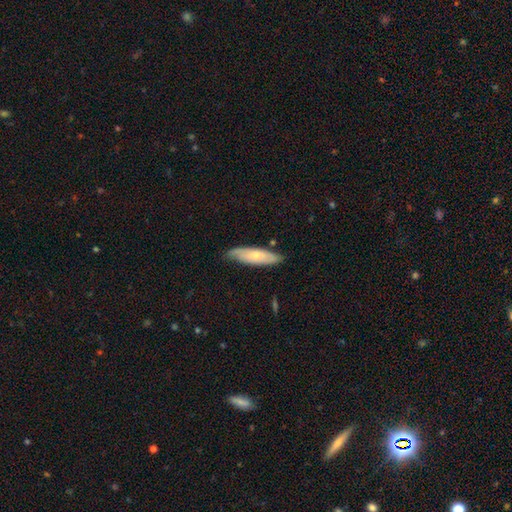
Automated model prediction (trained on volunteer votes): smooth 53%, featured or disk 41%, star or artifact 6%. Down the decision tree: how rounded — cigar-shaped (57%); merging — none (73%).